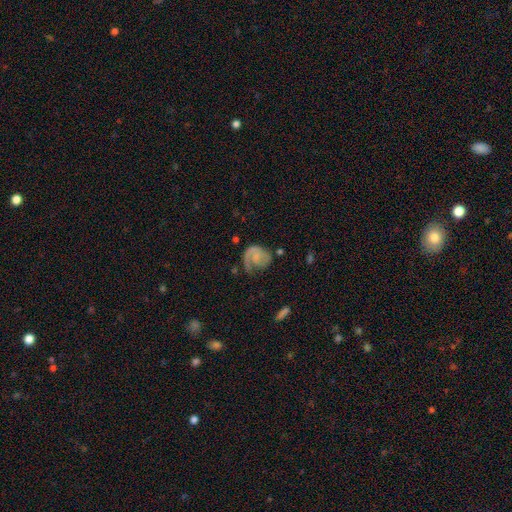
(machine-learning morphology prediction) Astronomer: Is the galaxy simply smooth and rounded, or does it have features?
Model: featured or disk — 69%.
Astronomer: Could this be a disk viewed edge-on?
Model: no — 98%.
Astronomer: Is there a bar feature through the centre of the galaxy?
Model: no — 68%.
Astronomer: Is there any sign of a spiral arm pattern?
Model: yes — 90%.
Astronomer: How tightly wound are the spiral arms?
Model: tight — 38% (runner-up: medium, 37%).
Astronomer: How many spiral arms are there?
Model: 1 — 73%.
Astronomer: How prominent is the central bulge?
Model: none — 44% (runner-up: small, 37%).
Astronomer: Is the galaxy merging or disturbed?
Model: none — 47% (runner-up: major disturbance, 27%).